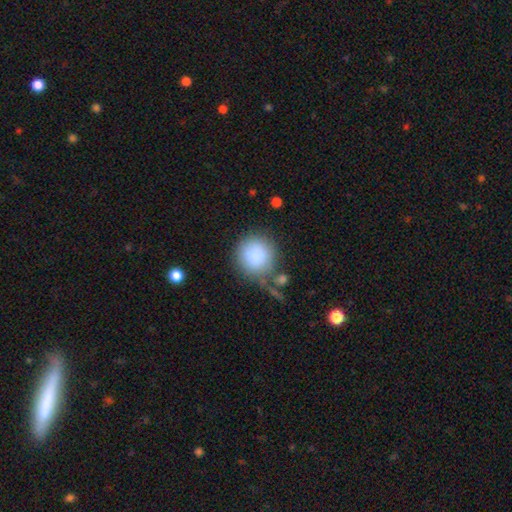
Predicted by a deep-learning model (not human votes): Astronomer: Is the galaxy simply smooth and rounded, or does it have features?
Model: smooth — 86%.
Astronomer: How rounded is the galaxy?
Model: round — 91%.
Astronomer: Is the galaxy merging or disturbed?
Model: none — 64%.